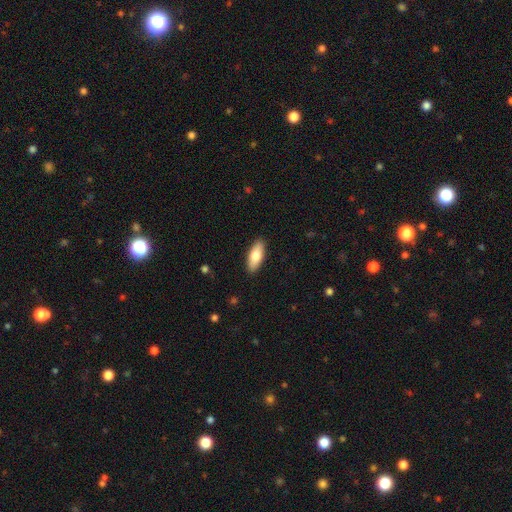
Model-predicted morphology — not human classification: smooth-or-featured: smooth: 76% | featured or disk: 18% | star or artifact: 6%
  how-rounded: in between: 72% | cigar-shaped: 26% | round: 2%
  merging: none: 90% | minor disturbance: 8% | major disturbance: 2% | merger: 1%